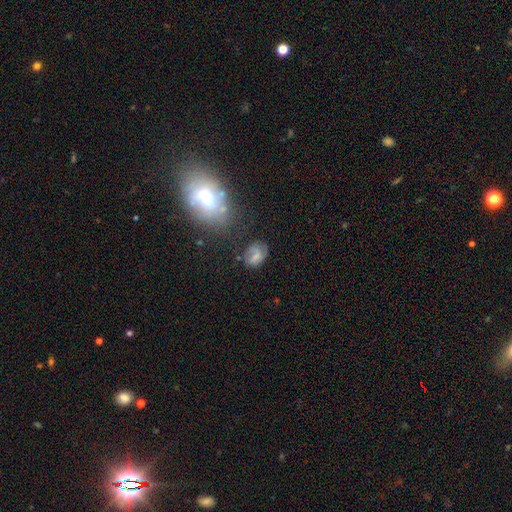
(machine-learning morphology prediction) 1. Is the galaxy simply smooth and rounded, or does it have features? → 54% smooth, 34% featured or disk, 12% star or artifact.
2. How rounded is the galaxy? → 65% in between, 33% round, 2% cigar-shaped.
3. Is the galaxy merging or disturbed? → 58% none, 25% minor disturbance, 12% major disturbance, 5% merger.